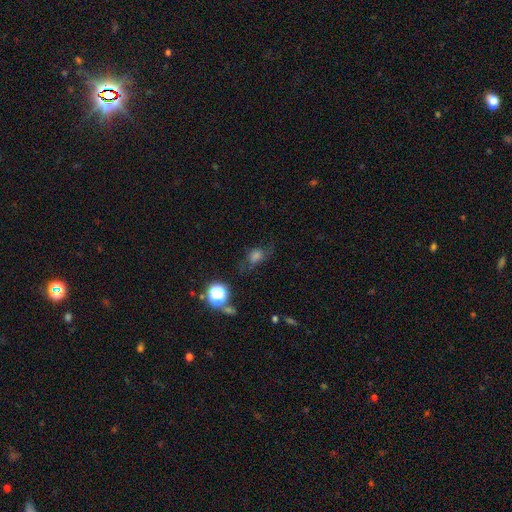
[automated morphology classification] Overall: smooth (52%; star or artifact 26%). How rounded: in between (54%; round 42%). Merging: none (52%; minor disturbance 24%).